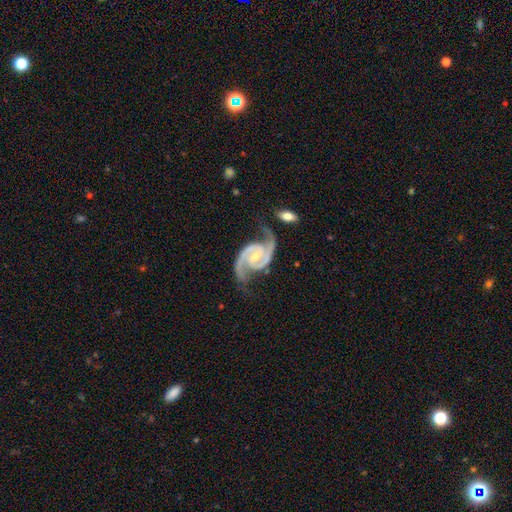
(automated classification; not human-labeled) Smooth or featured? featured or disk (94%)
Edge-on disk? no (98%)
Bar? weak (43%)
Spiral arms? yes (99%)
Spiral winding? medium (62%)
Spiral arm count? 2 (93%)
Bulge size? small (59%)
Merging? none (71%)